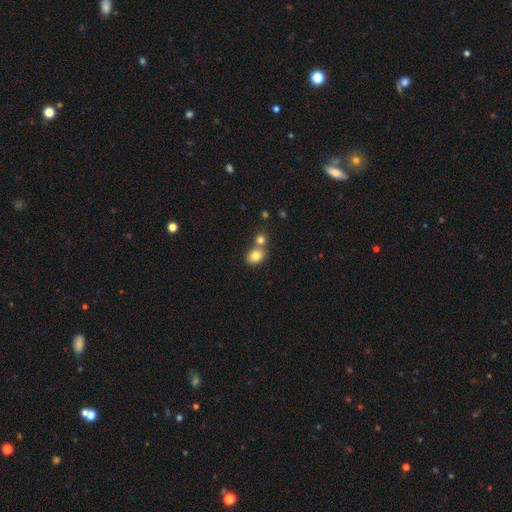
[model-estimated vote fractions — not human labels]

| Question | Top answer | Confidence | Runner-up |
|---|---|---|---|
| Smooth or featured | smooth | 82% | star or artifact (10%) |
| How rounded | in between | 57% | round (42%) |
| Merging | none | 50% | merger (38%) |